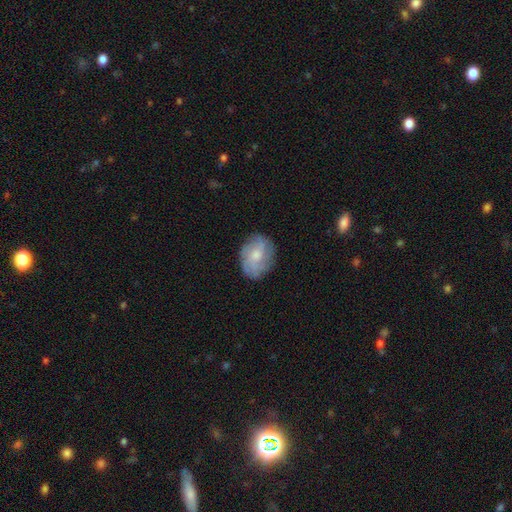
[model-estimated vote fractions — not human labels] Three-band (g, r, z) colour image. It shows a featured or disk galaxy (53%) with no bar (73%), spiral arms (82%) and a moderate central bulge (51%). Merging: none (77%).